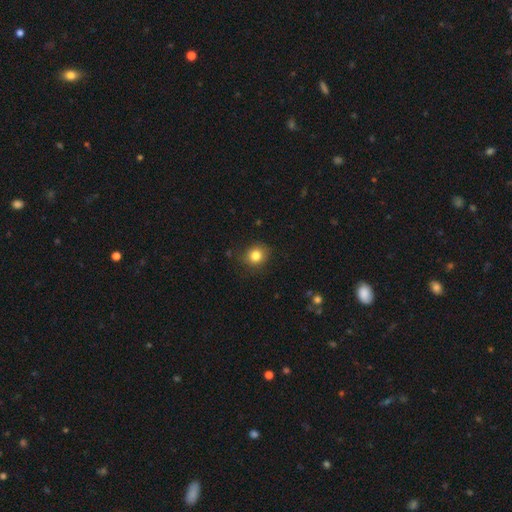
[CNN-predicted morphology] A smooth galaxy with no disk features (82%) that is round (79%). Merging: none (85%).